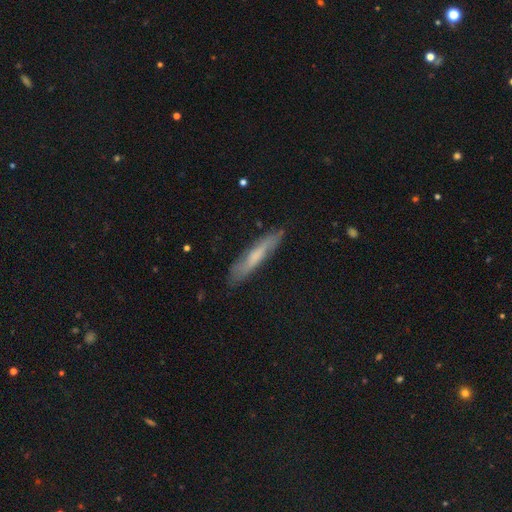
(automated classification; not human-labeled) smooth-or-featured: smooth: 52% | featured or disk: 41% | star or artifact: 7%
  how-rounded: cigar-shaped: 88% | in between: 10% | round: 1%
  merging: none: 78% | minor disturbance: 17% | major disturbance: 4% | merger: 2%